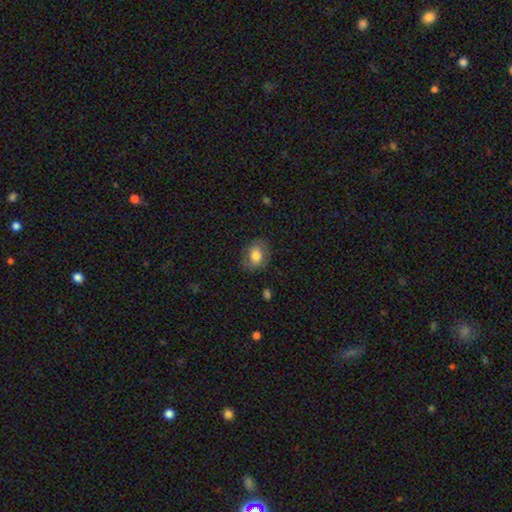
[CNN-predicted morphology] smooth 75%, featured or disk 17%, star or artifact 8%. Down the decision tree: how rounded — in between (61%); merging — none (77%).